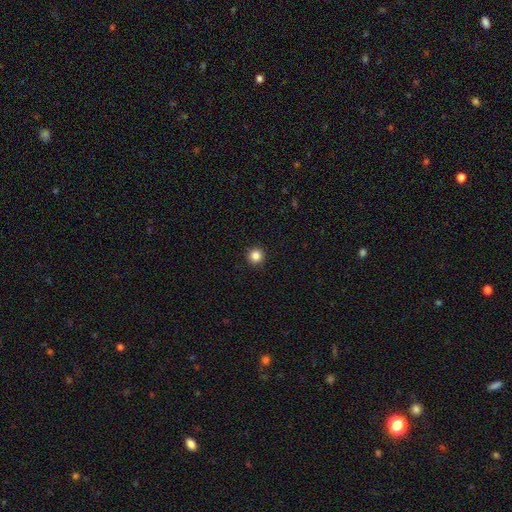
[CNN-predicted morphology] Overall: smooth (85%). How rounded: round (96%). Merging: none (93%).